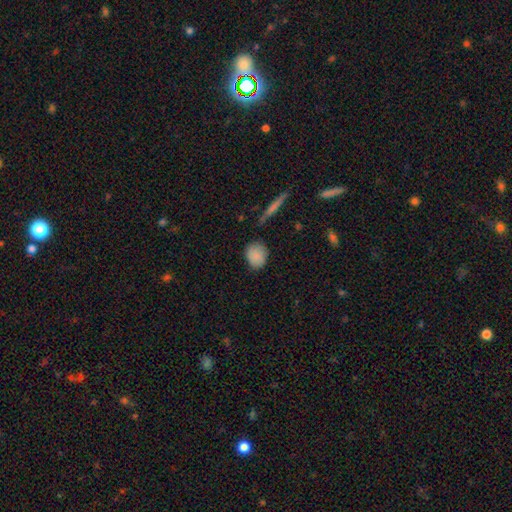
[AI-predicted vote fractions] smooth-or-featured: smooth: 87% | star or artifact: 8% | featured or disk: 5%
  how-rounded: round: 65% | in between: 33% | cigar-shaped: 2%
  merging: none: 78% | minor disturbance: 16% | major disturbance: 3% | merger: 2%